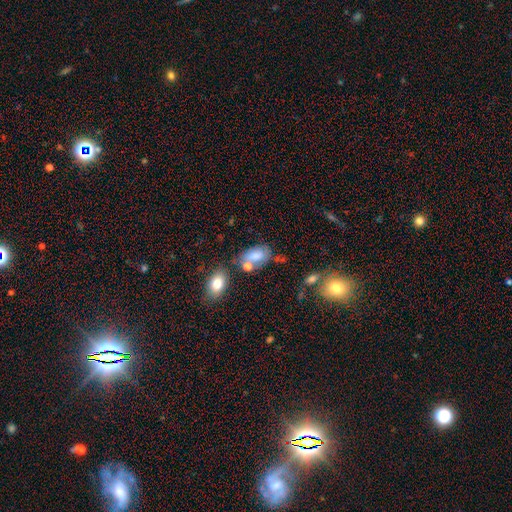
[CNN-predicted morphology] Smooth or featured?
  - smooth: 70% *
  - featured or disk: 20%
  - star or artifact: 10%
How rounded?
  - in between: 90% *
  - round: 7%
  - cigar-shaped: 2%
Merging?
  - none: 42% *
  - merger: 26%
  - minor disturbance: 22%
  - major disturbance: 10%